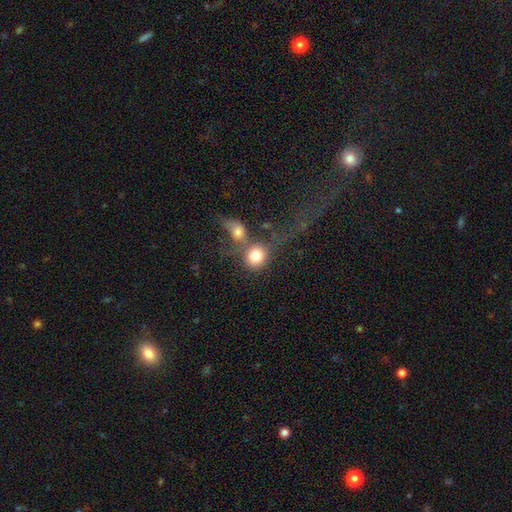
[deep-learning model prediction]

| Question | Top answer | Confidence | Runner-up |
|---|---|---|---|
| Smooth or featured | smooth | 76% | featured or disk (14%) |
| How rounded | round | 79% | in between (20%) |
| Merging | merger | 53% | none (26%) |